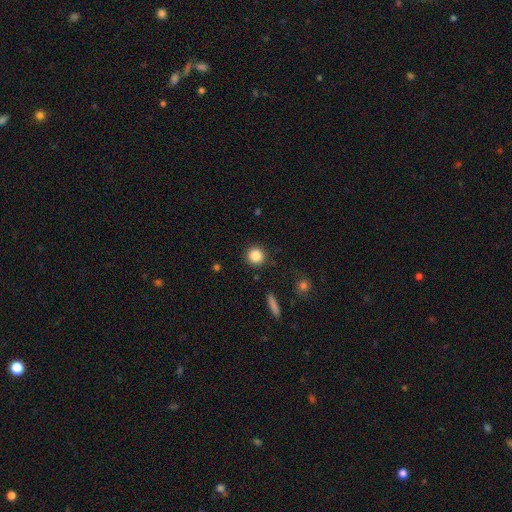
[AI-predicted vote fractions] A smooth galaxy with no disk features (84%) that is round (94%).

Vote fractions:
- Smooth or featured? smooth: 84% / star or artifact: 10% / featured or disk: 6%
- How rounded? round: 94% / in between: 5% / cigar-shaped: 1%
- Merging? none: 90% / minor disturbance: 6% / major disturbance: 2% / merger: 2%